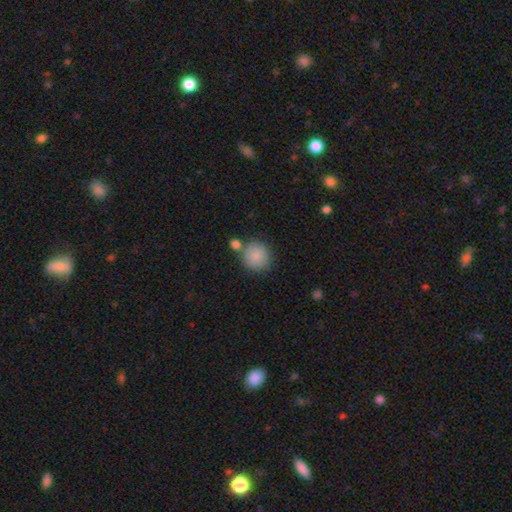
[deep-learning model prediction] smooth_or_featured: smooth (p=0.87) [alt: star or artifact p=0.07]
how_rounded: round (p=0.90) [alt: in between p=0.09]
merging: none (p=0.69) [alt: merger p=0.18]